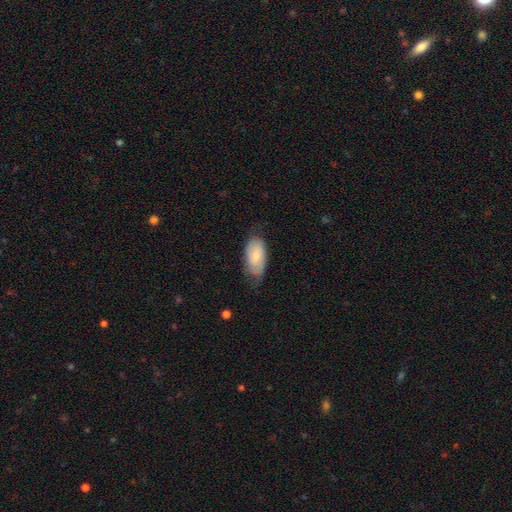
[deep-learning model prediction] Smooth or featured?
  - smooth: 69% *
  - featured or disk: 25%
  - star or artifact: 6%
How rounded?
  - in between: 94% *
  - round: 3%
  - cigar-shaped: 2%
Merging?
  - none: 58% *
  - minor disturbance: 31%
  - major disturbance: 10%
  - merger: 1%